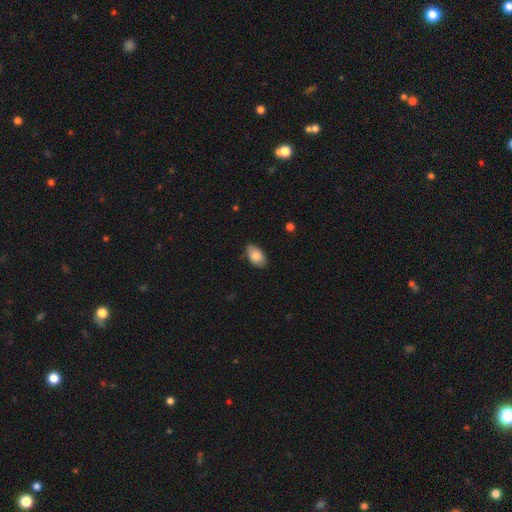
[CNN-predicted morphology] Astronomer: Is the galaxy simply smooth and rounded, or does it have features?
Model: smooth — 82%.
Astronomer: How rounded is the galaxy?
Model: in between — 93%.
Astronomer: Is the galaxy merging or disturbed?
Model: none — 81%.